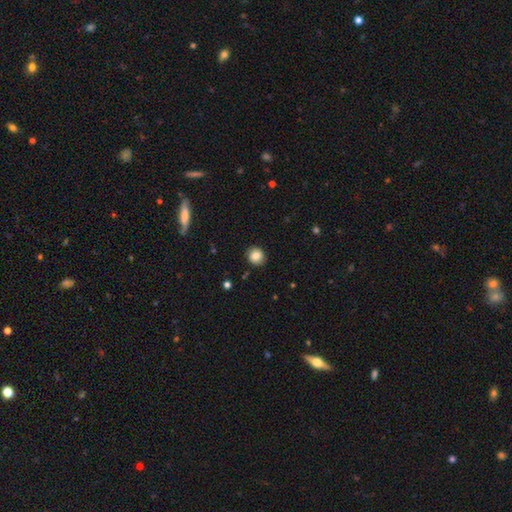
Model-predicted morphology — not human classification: type=smooth (81%); roundness=round (85%); merging=none (87%).